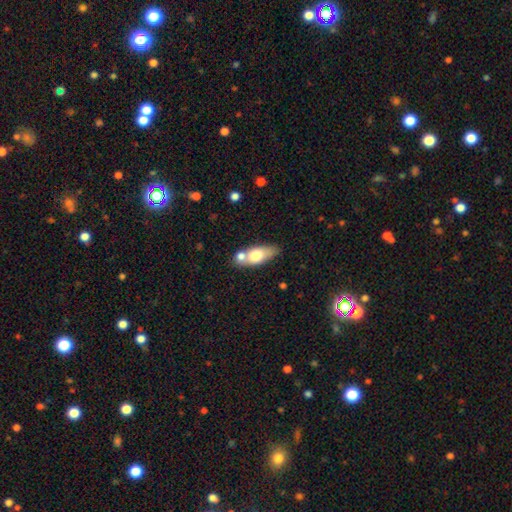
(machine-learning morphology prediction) A smooth galaxy with no disk features (65%) that is in between round and cigar-shaped (72%).

Vote fractions:
- Smooth or featured? smooth: 65% / featured or disk: 29% / star or artifact: 7%
- How rounded? in between: 72% / cigar-shaped: 22% / round: 6%
- Merging? none: 49% / merger: 33% / minor disturbance: 14% / major disturbance: 4%